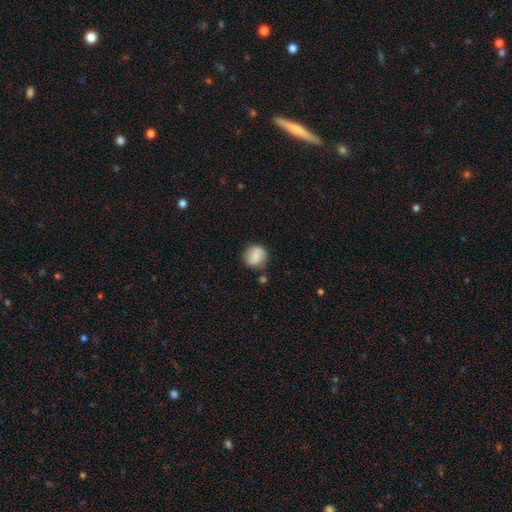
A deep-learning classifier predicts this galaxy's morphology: Q: Smooth or featured?
A: smooth (77%); runner-up: featured or disk (15%)
Q: How rounded?
A: round (82%); runner-up: in between (17%)
Q: Merging?
A: none (75%); runner-up: minor disturbance (16%)